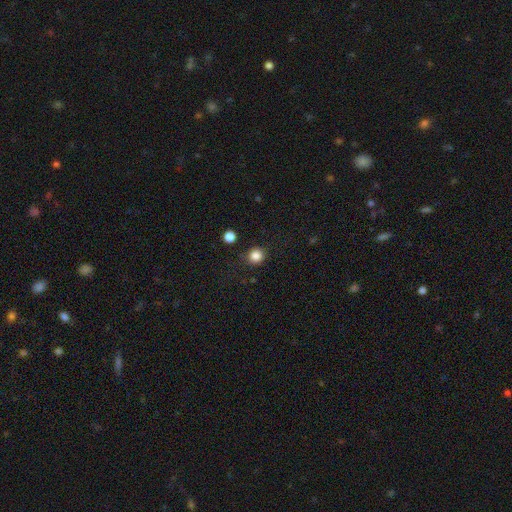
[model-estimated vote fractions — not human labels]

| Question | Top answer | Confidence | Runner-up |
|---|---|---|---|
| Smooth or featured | smooth | 84% | star or artifact (11%) |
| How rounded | round | 90% | in between (9%) |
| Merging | none | 87% | minor disturbance (8%) |